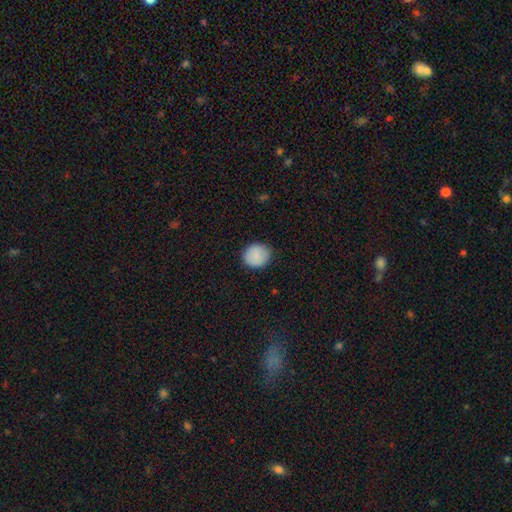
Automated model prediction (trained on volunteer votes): Morphology: type=smooth (88%); roundness=round (79%); merging=none (85%).